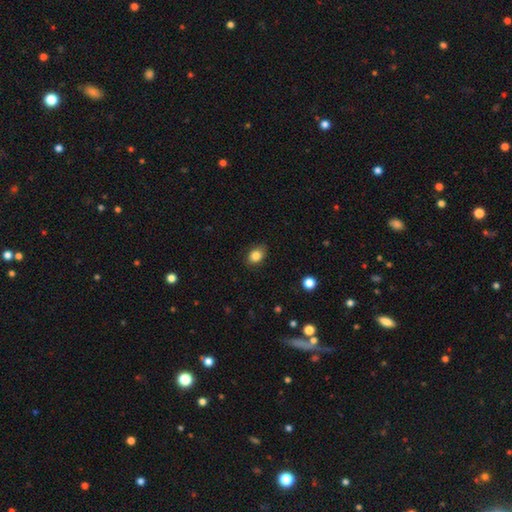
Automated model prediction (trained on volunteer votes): The model was most divided on "how rounded": in between: 68%, round: 31%, cigar-shaped: 1%. More confident: smooth or featured — smooth (85%); merging — none (83%).